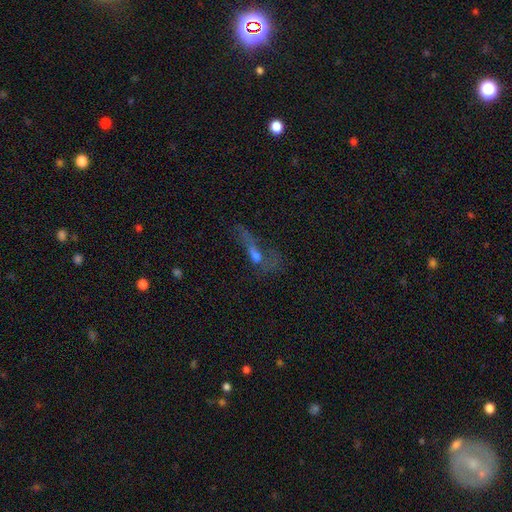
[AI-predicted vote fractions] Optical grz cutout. It shows a smooth galaxy with no disk features (44%). Merging: major disturbance (41%).